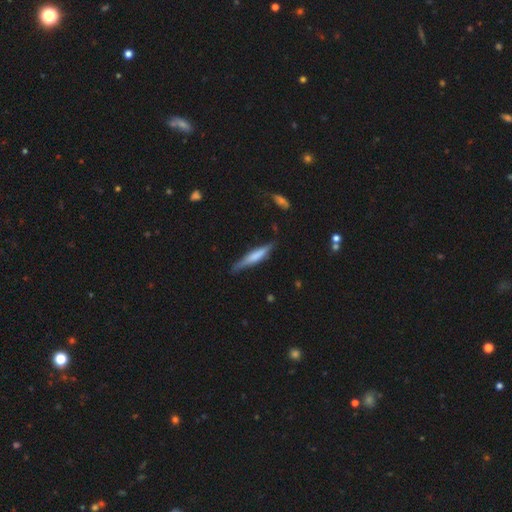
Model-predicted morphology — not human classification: The model was most divided on "smooth or featured": smooth: 50%, featured or disk: 44%, star or artifact: 6%. More confident: how rounded — cigar-shaped (89%); merging — none (78%).